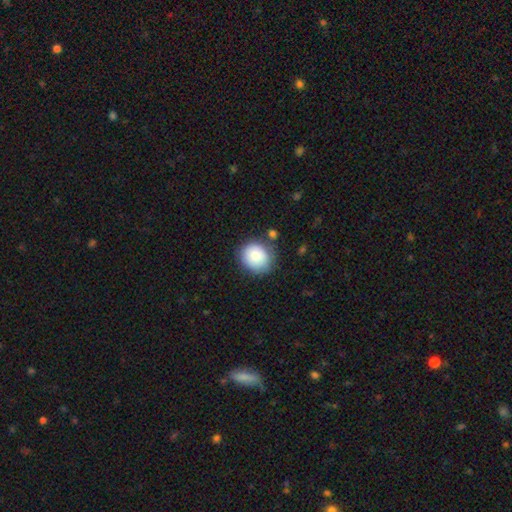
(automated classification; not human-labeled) smooth 83%, featured or disk 9%, star or artifact 8%. Down the decision tree: how rounded — round (78%); merging — none (76%).